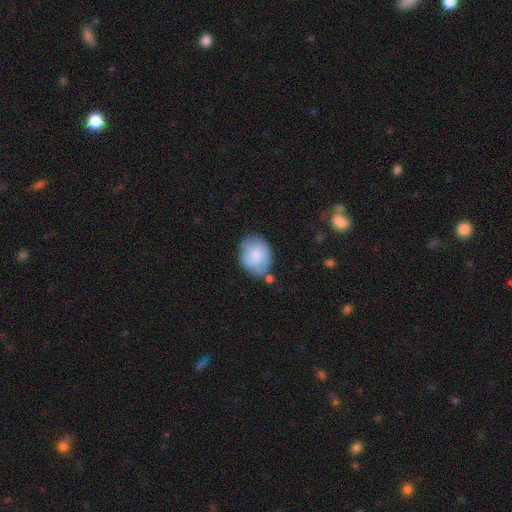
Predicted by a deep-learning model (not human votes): This appears to be a smooth galaxy with no disk features (73%) that is in between round and cigar-shaped (55%). Merging: none (59%).